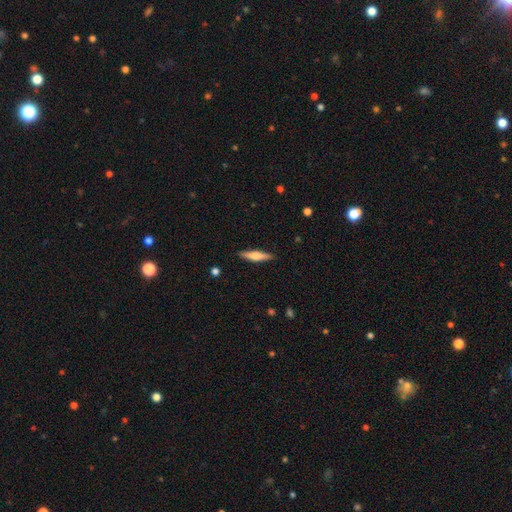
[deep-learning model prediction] Smooth or featured: smooth — 49% (featured or disk — 45%)
Merging: none — 90% (minor disturbance — 8%)